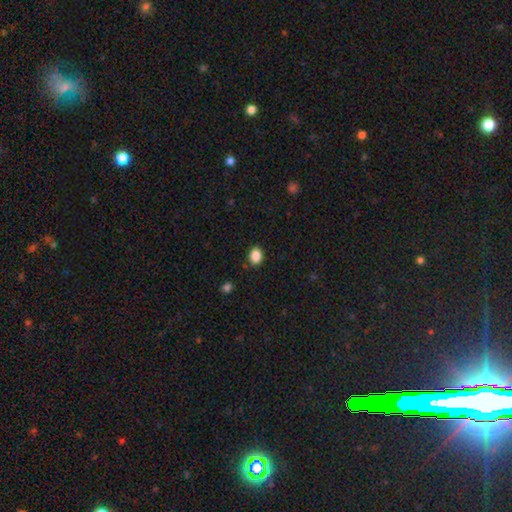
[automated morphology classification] smooth 87%, star or artifact 9%, featured or disk 3%. Down the decision tree: how rounded — in between (57%); merging — none (88%).